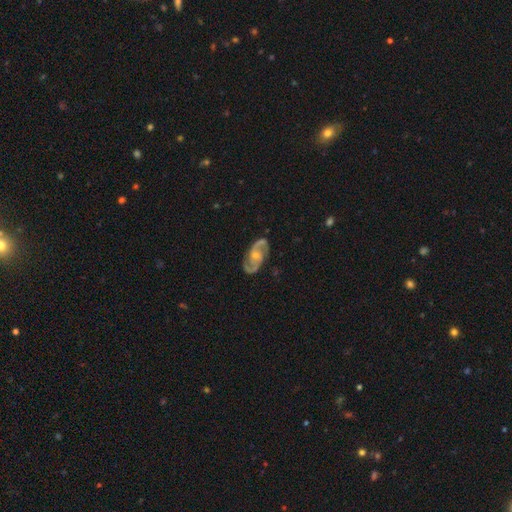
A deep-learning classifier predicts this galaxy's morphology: Smooth or featured: featured or disk — 90% (smooth — 6%)
Edge-on disk: no — 97% (yes — 3%)
Bar: no — 47% (weak — 43%)
Spiral arms: yes — 97% (no — 3%)
Spiral winding: medium — 61% (tight — 21%)
Spiral arm count: 2 — 93% (can't tell — 2%)
Bulge size: small — 47% (moderate — 45%)
Merging: none — 83% (minor disturbance — 12%)